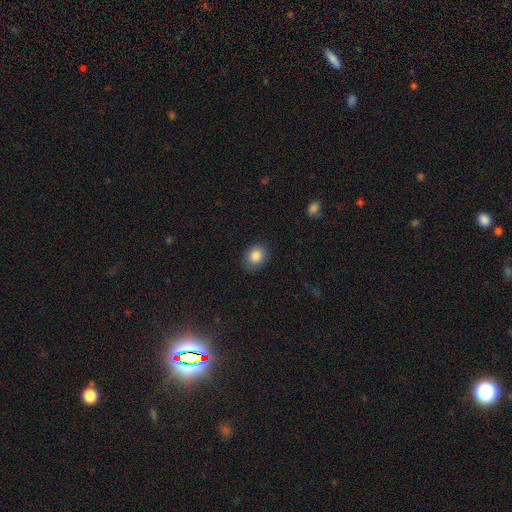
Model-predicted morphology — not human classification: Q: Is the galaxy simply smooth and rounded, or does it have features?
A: smooth — 85%.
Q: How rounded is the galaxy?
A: round — 55%.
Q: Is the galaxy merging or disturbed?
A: none — 84%.